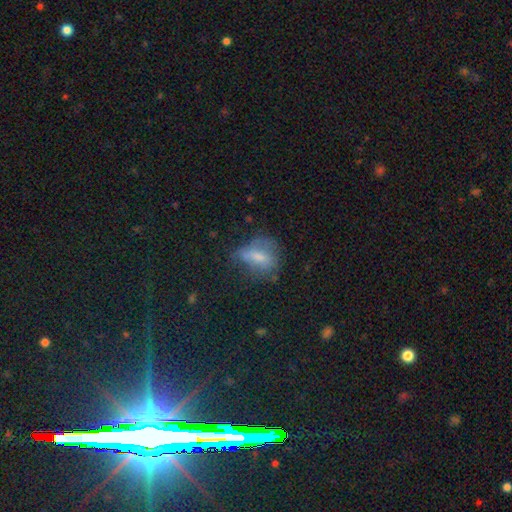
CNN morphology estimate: smooth-or-featured: smooth: 51% | featured or disk: 27% | star or artifact: 22%
  how-rounded: in between: 64% | round: 25% | cigar-shaped: 11%
  merging: none: 48% | minor disturbance: 27% | major disturbance: 22% | merger: 4%